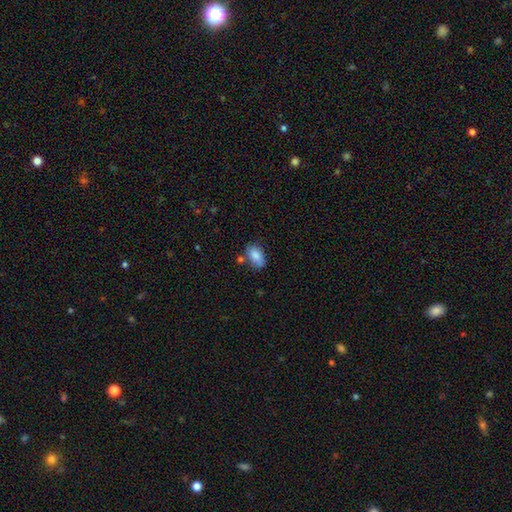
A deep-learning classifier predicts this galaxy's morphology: Smooth or featured: smooth — 84% (featured or disk — 9%)
How rounded: in between — 90% (round — 7%)
Merging: none — 62% (minor disturbance — 22%)